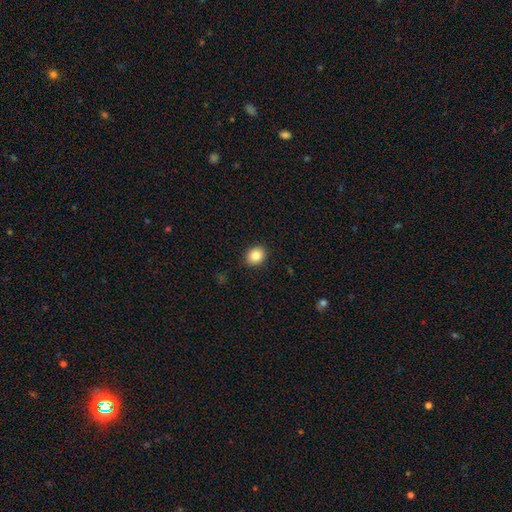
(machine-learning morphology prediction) The model was most divided on "how rounded": round: 66%, in between: 34%, cigar-shaped: 1%. More confident: merging — none (91%); smooth or featured — smooth (85%).